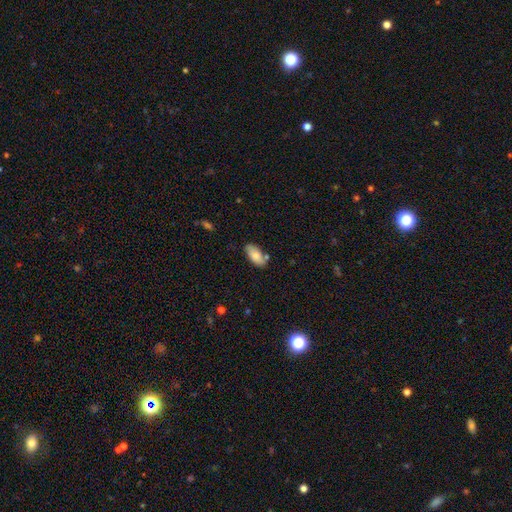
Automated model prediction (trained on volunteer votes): This appears to be a smooth galaxy with no disk features (81%) that is in between round and cigar-shaped (92%). Merging: none (72%).